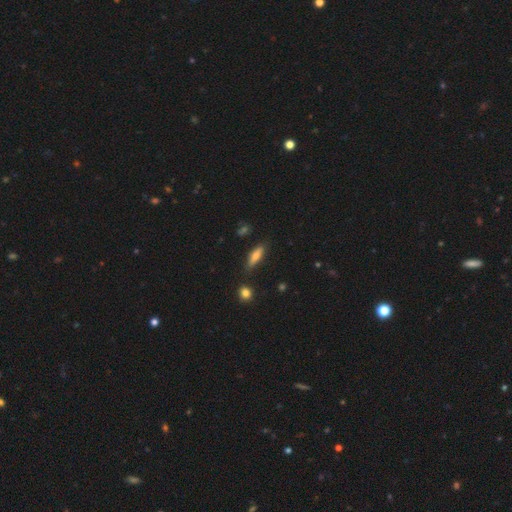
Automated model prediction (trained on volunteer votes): smooth_or_featured: smooth (p=0.66) [alt: featured or disk p=0.26]
how_rounded: cigar-shaped (p=0.59) [alt: in between p=0.38]
merging: none (p=0.81) [alt: minor disturbance p=0.13]